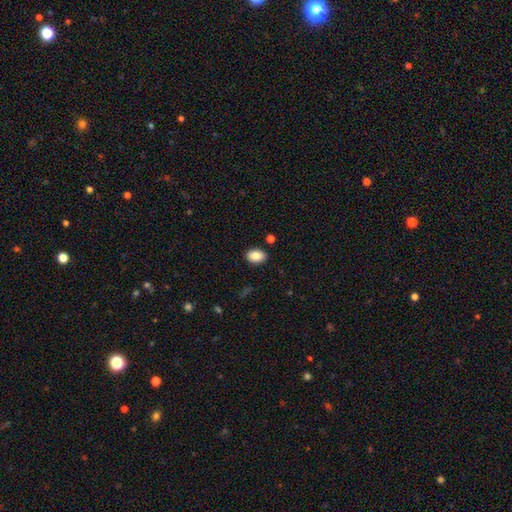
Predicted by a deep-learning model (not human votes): Smooth or featured? Predicted: smooth (p=0.86). How rounded? Predicted: in between (p=0.83). Merging? Predicted: none (p=0.88).